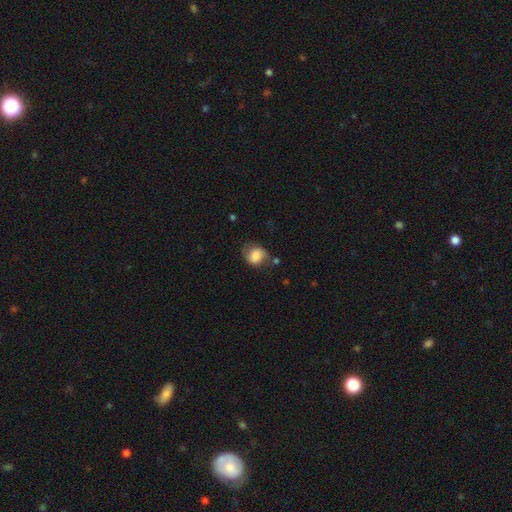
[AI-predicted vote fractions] Smooth or featured? smooth (71%)
How rounded? round (60%)
Merging? none (54%)